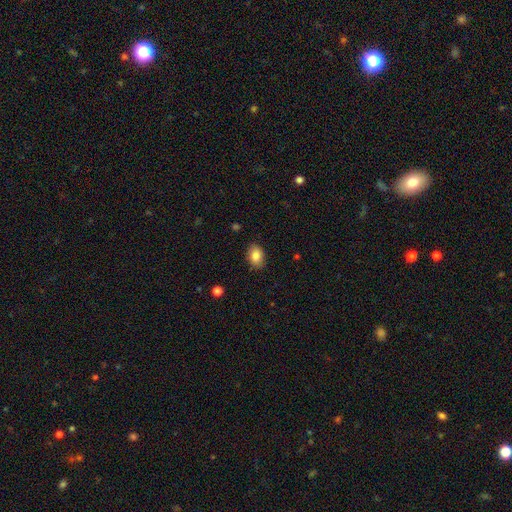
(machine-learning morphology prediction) A smooth galaxy with no disk features (85%) that is in between round and cigar-shaped (79%).

Vote fractions:
- Smooth or featured? smooth: 85% / star or artifact: 8% / featured or disk: 7%
- How rounded? in between: 79% / round: 20% / cigar-shaped: 1%
- Merging? none: 87% / minor disturbance: 10% / major disturbance: 2% / merger: 1%